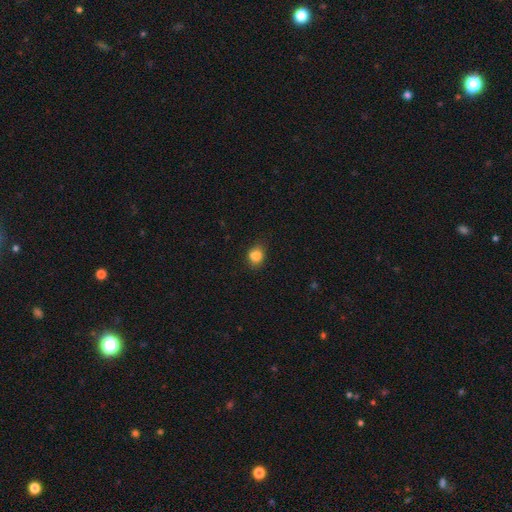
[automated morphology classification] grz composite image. It shows a smooth galaxy with no disk features (83%) that is round (59%). Merging: none (65%).